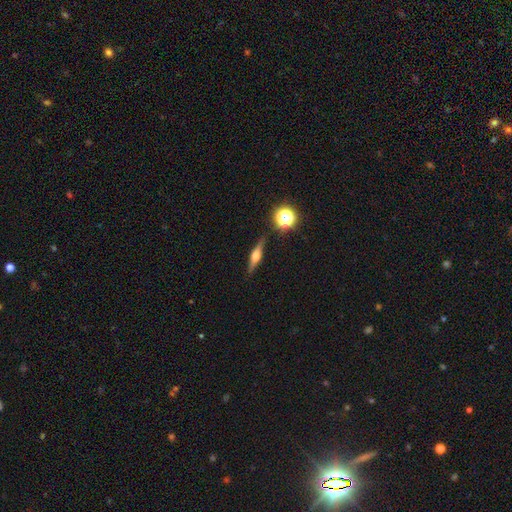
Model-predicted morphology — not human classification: Q: Smooth or featured?
A: featured or disk (65%); runner-up: smooth (26%)
Q: Edge-on disk?
A: yes (96%); runner-up: no (4%)
Q: Edge-on bulge?
A: rounded (91%); runner-up: boxy (7%)
Q: Merging?
A: none (88%); runner-up: minor disturbance (9%)